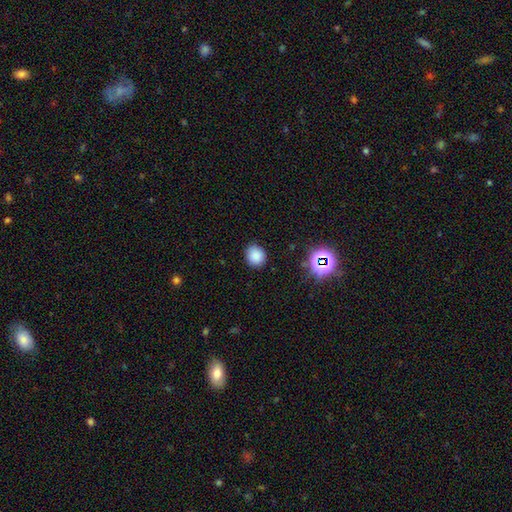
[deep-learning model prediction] Smooth or featured?
  - smooth: 82% *
  - star or artifact: 14%
  - featured or disk: 4%
How rounded?
  - round: 74% *
  - in between: 25%
  - cigar-shaped: 1%
Merging?
  - none: 85% *
  - minor disturbance: 11%
  - major disturbance: 3%
  - merger: 1%